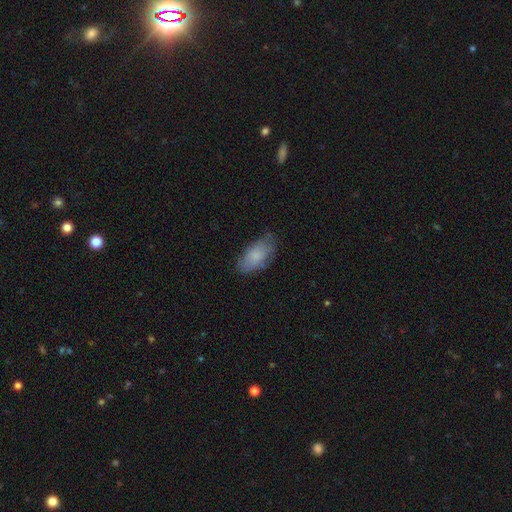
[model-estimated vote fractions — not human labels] A smooth galaxy with no disk features (79%) that is in between round and cigar-shaped (93%).

Vote fractions:
- Smooth or featured? smooth: 79% / featured or disk: 14% / star or artifact: 7%
- How rounded? in between: 93% / cigar-shaped: 4% / round: 3%
- Merging? none: 69% / minor disturbance: 24% / major disturbance: 5% / merger: 1%